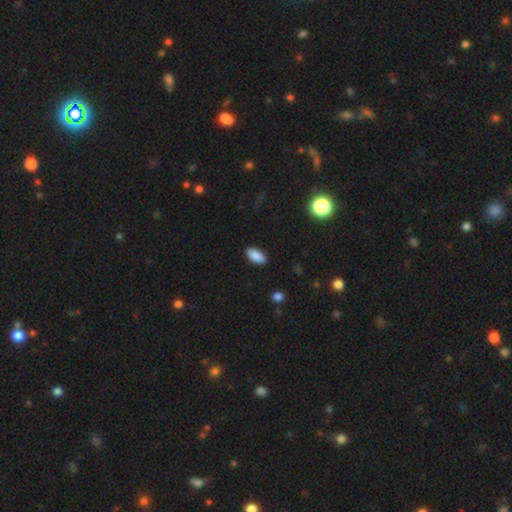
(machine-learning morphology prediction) Overall: smooth (89%). How rounded: in between (89%). Merging: none (89%).